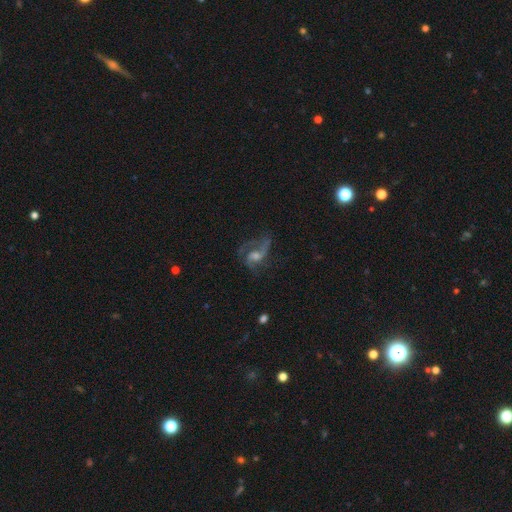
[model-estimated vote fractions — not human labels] smooth-or-featured: featured or disk: 75% | smooth: 13% | star or artifact: 12%
  disk-edge-on: no: 96% | yes: 4%
    bar: no: 49% | weak: 40% | strong: 11%
    has-spiral-arms: yes: 89% | no: 11%
      spiral-winding: loose: 50% | medium: 40% | tight: 10%
      spiral-arm-count: 2: 56% | 3: 16% | can't tell: 12% | 1: 10% | 4: 4% | more than 4: 3%
    bulge-size: moderate: 48% | small: 33% | none: 9% | large: 8% | dominant: 2%
  merging: none: 49% | major disturbance: 30% | minor disturbance: 18% | merger: 3%